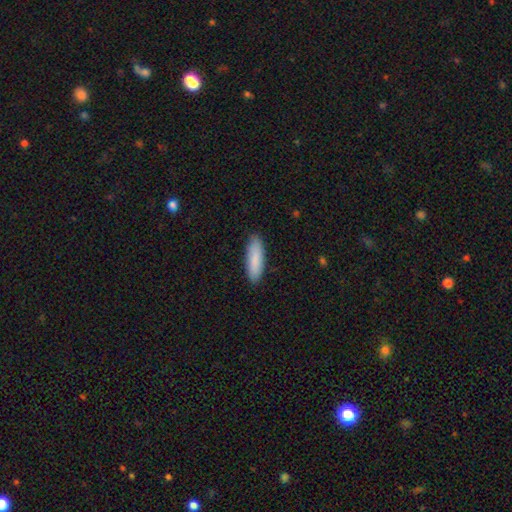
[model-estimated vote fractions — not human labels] smooth 88%, featured or disk 7%, star or artifact 6%. Down the decision tree: how rounded — cigar-shaped (57%); merging — none (89%).